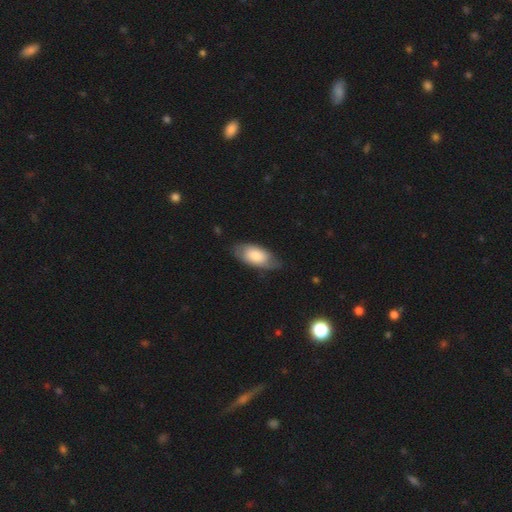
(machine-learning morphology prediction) Q: Smooth or featured?
A: smooth (71%); runner-up: featured or disk (23%)
Q: How rounded?
A: in between (92%); runner-up: cigar-shaped (6%)
Q: Merging?
A: none (68%); runner-up: minor disturbance (25%)